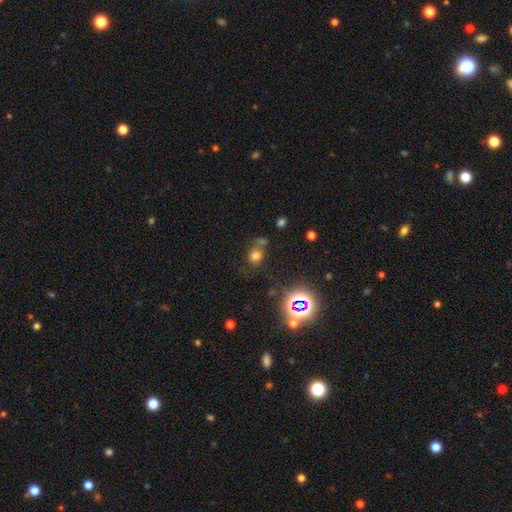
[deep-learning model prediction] The model was most divided on "merging": none: 57%, merger: 22%, minor disturbance: 14%, major disturbance: 7%. More confident: how rounded — round (74%); smooth or featured — smooth (66%).